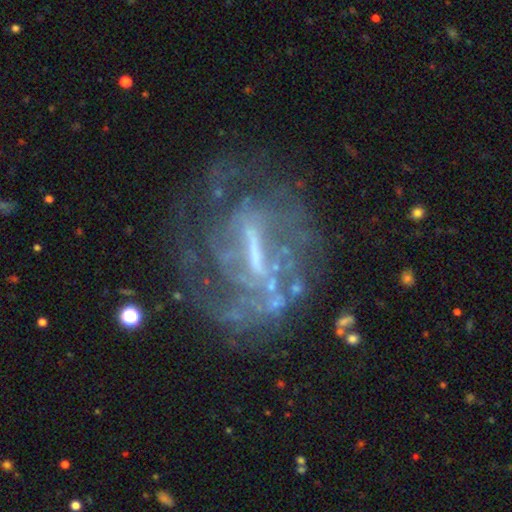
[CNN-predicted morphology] Q: Smooth or featured?
A: featured or disk (79%); runner-up: star or artifact (11%)
Q: Edge-on disk?
A: no (93%); runner-up: yes (7%)
Q: Bar?
A: strong (53%); runner-up: weak (32%)
Q: Spiral arms?
A: yes (66%); runner-up: no (34%)
Q: Bulge size?
A: none (37%); runner-up: small (29%)
Q: Merging?
A: none (52%); runner-up: major disturbance (26%)